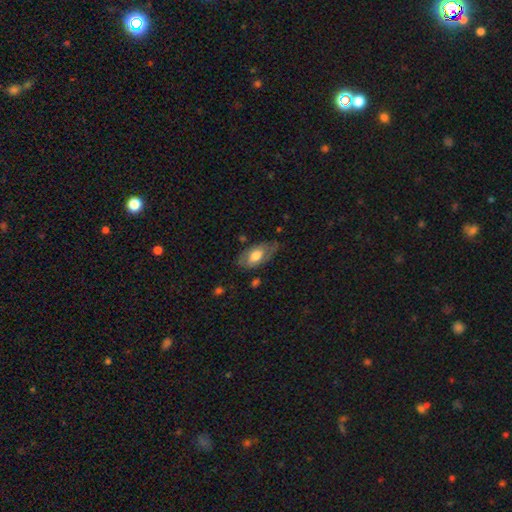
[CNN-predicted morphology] Smooth or featured?
  - smooth: 59% *
  - featured or disk: 35%
  - star or artifact: 6%
How rounded?
  - in between: 92% *
  - round: 4%
  - cigar-shaped: 4%
Merging?
  - none: 58% *
  - minor disturbance: 30%
  - major disturbance: 10%
  - merger: 2%